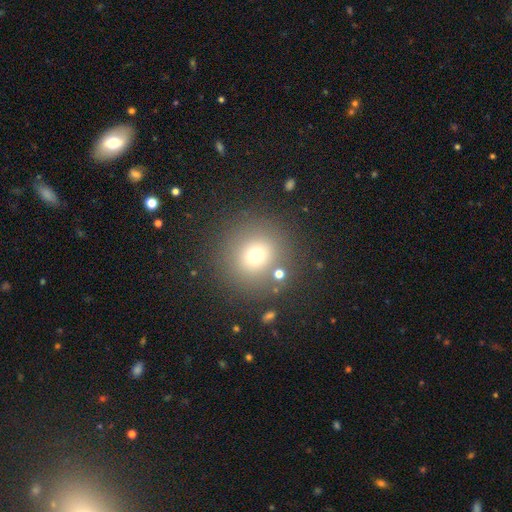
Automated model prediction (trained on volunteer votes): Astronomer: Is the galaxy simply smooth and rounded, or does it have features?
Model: smooth — 69%.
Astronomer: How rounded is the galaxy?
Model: round — 94%.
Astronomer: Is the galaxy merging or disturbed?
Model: none — 84%.